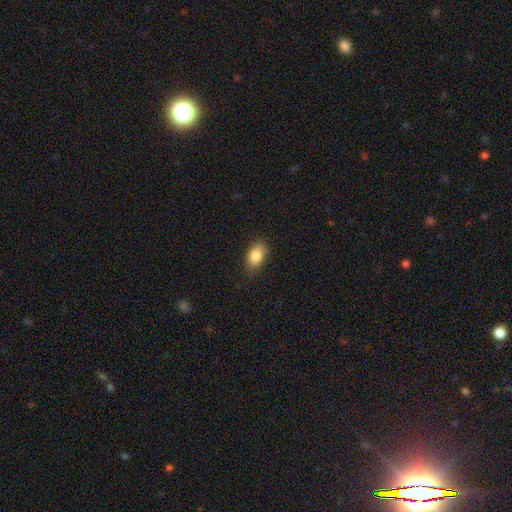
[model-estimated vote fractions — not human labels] The model was most divided on "merging": none: 75%, minor disturbance: 20%, major disturbance: 4%, merger: 1%. More confident: how rounded — in between (87%); smooth or featured — smooth (83%).